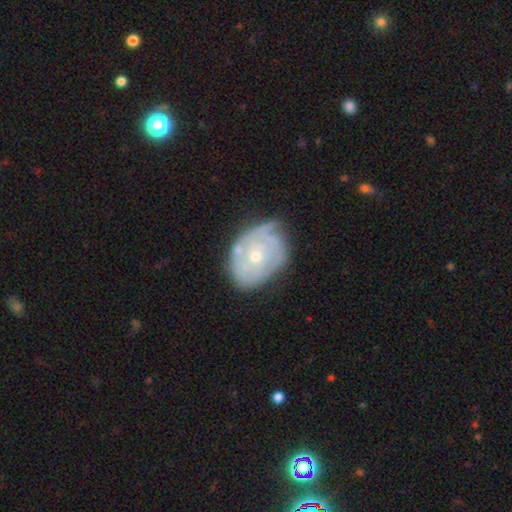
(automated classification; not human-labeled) This is likely a featured or disk galaxy (70%). It is clearly not viewed edge-on (96%). Bar: clearly no (84%). Spiral arm pattern: likely yes (69%). Central bulge: possibly small (49%). Merging: possibly none (53%).